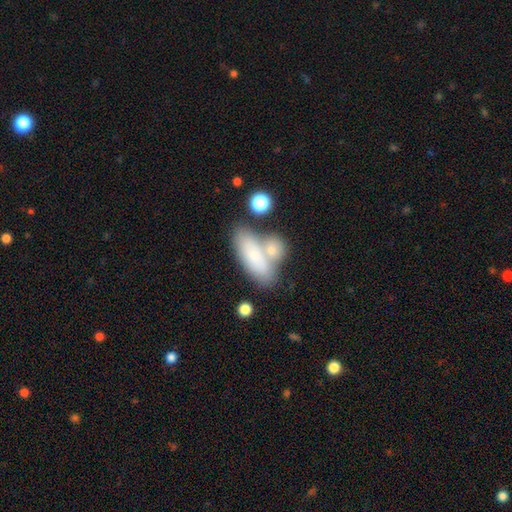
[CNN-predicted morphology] smooth_or_featured: smooth (p=0.73) [alt: featured or disk p=0.19]
how_rounded: in between (p=0.76) [alt: cigar-shaped p=0.20]
merging: none (p=0.42) [alt: merger p=0.38]